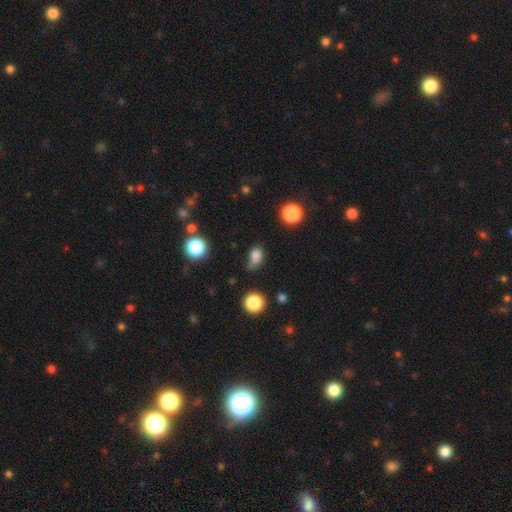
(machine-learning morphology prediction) A smooth galaxy with no disk features (76%) that is in between round and cigar-shaped (56%).

Vote fractions:
- Smooth or featured? smooth: 76% / star or artifact: 14% / featured or disk: 10%
- How rounded? in between: 56% / round: 42% / cigar-shaped: 3%
- Merging? none: 36% / minor disturbance: 28% / major disturbance: 22% / merger: 15%